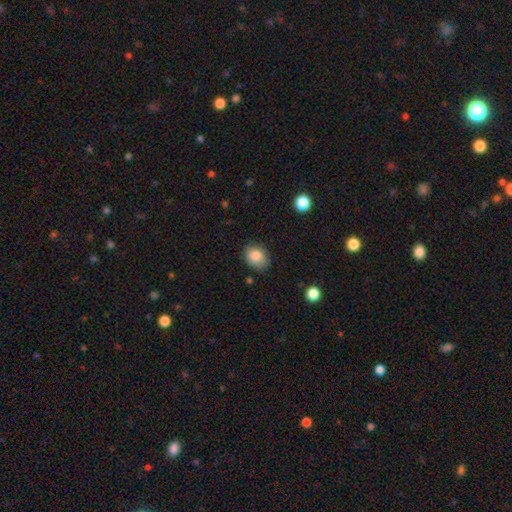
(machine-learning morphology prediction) Smooth or featured? Predicted: smooth (p=0.85). How rounded? Predicted: in between (p=0.59). Merging? Predicted: none (p=0.76).